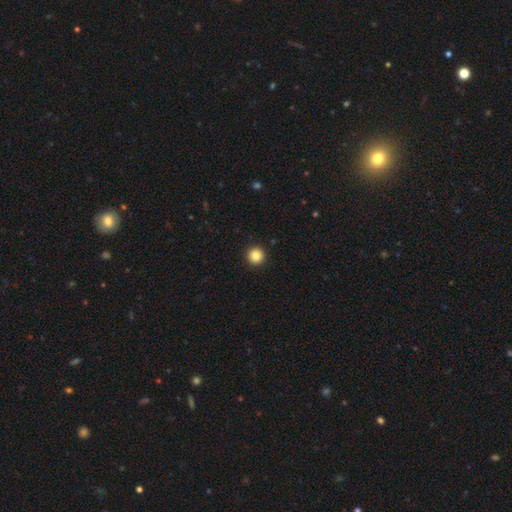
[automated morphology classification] type=smooth (85%); roundness=round (96%); merging=none (93%).